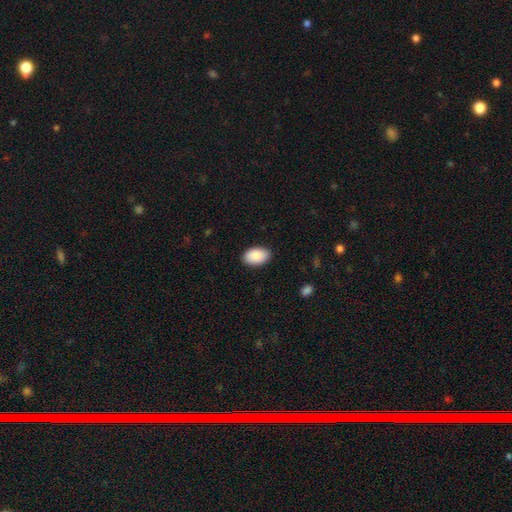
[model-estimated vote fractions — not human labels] Smooth or featured? smooth (91%)
How rounded? in between (93%)
Merging? none (88%)